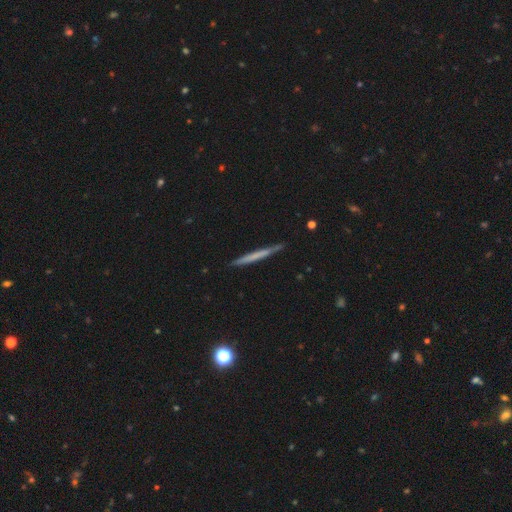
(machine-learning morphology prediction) Smooth or featured? Predicted: smooth (p=0.53). How rounded? Predicted: cigar-shaped (p=0.97). Merging? Predicted: none (p=0.88).